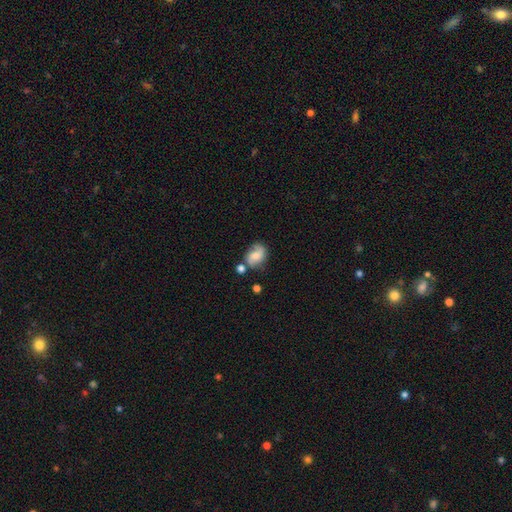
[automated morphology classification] This appears to be a featured or disk galaxy (50%). Merging: none (57%).